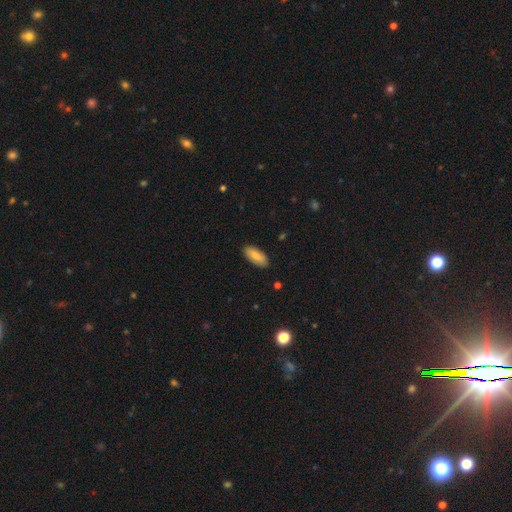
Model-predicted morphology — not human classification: Q: Smooth or featured?
A: smooth (82%); runner-up: featured or disk (12%)
Q: How rounded?
A: in between (83%); runner-up: cigar-shaped (15%)
Q: Merging?
A: none (89%); runner-up: minor disturbance (8%)